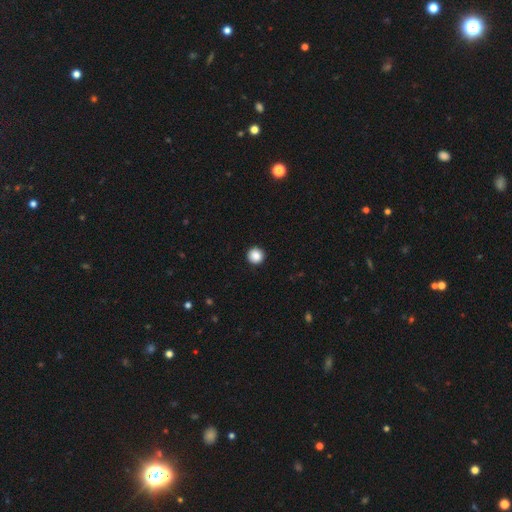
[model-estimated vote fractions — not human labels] smooth 87%, star or artifact 9%, featured or disk 4%. Down the decision tree: how rounded — round (96%); merging — none (94%).